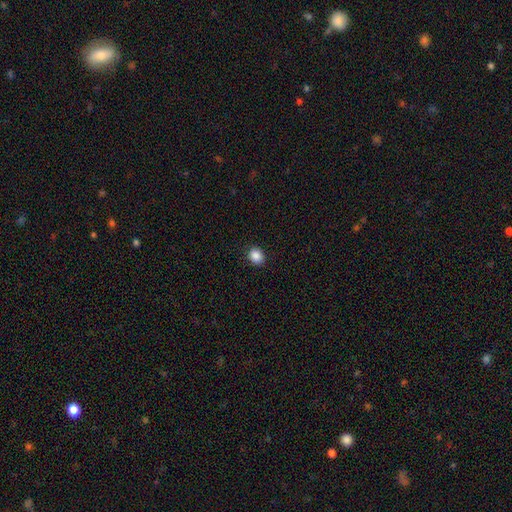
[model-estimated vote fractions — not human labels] Overall: smooth (88%). How rounded: round (59%; in between 40%). Merging: none (90%).